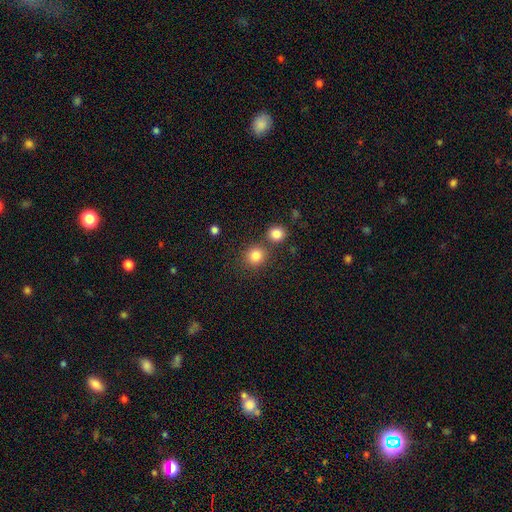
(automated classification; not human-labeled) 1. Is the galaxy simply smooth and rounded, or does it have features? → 83% smooth, 12% star or artifact, 5% featured or disk.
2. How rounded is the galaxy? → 88% round, 11% in between, 1% cigar-shaped.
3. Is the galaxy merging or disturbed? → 74% none, 14% merger, 8% minor disturbance, 3% major disturbance.